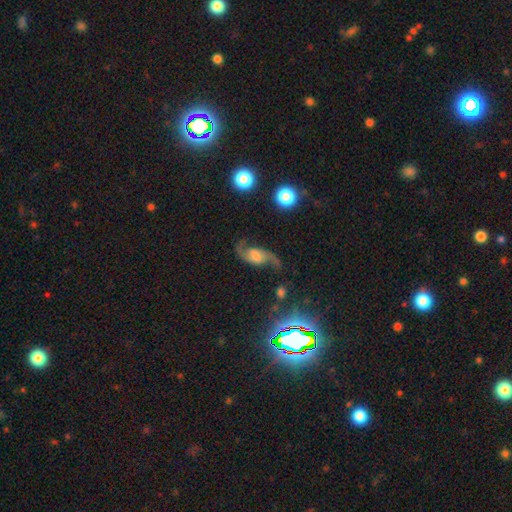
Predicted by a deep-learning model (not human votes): This is clearly a featured or disk galaxy (84%). It is clearly not viewed edge-on (97%). Bar: marginally weak (44%). Spiral arm pattern: clearly yes (97%). Spiral arm count: clearly 2 (93%). Spiral winding: likely loose (67%). Central bulge: marginally moderate (38%). Merging: likely none (71%).